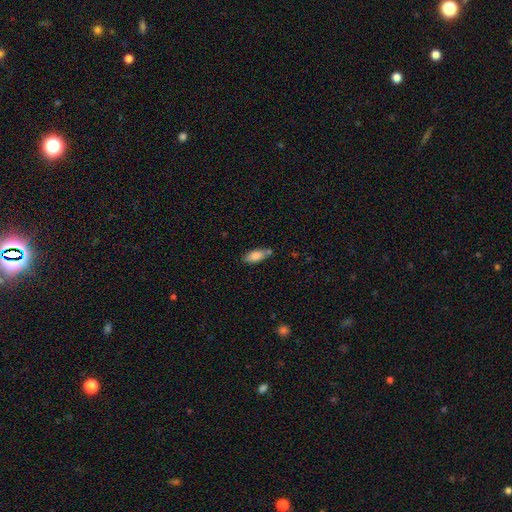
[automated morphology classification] Overall: smooth (83%). How rounded: in between (80%). Merging: none (66%).